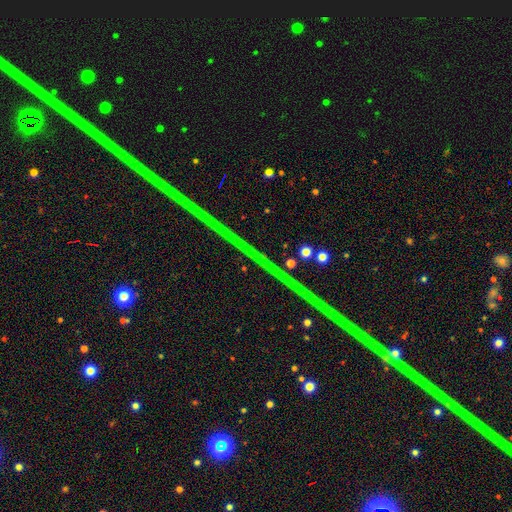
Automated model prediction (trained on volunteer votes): Overall: star or artifact (88%).